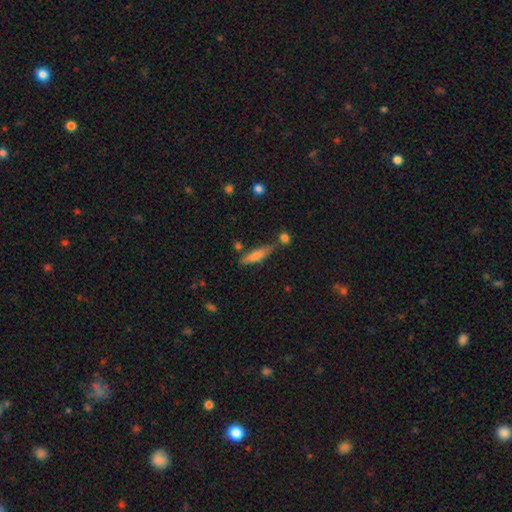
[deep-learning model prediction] Smooth or featured: smooth — 68% (featured or disk — 24%)
How rounded: cigar-shaped — 79% (in between — 19%)
Merging: none — 73% (minor disturbance — 14%)